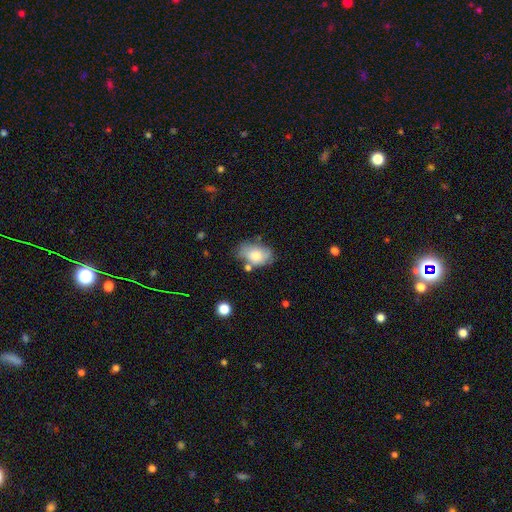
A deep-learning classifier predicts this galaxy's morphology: Smooth or featured: smooth — 72% (featured or disk — 20%)
How rounded: in between — 86% (round — 12%)
Merging: none — 56% (minor disturbance — 27%)